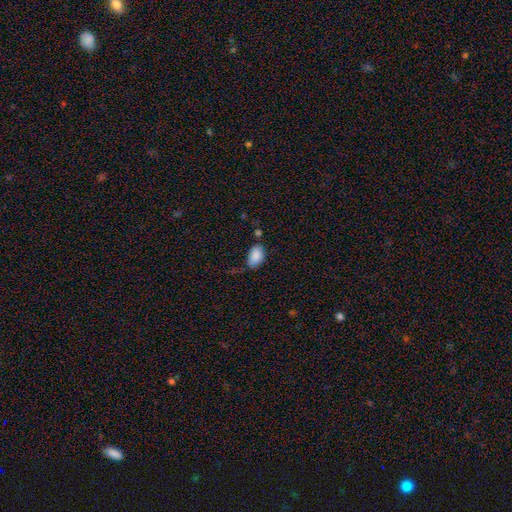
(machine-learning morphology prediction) This appears to be a smooth galaxy with no disk features (88%) that is in between round and cigar-shaped (91%). Merging: none (58%).